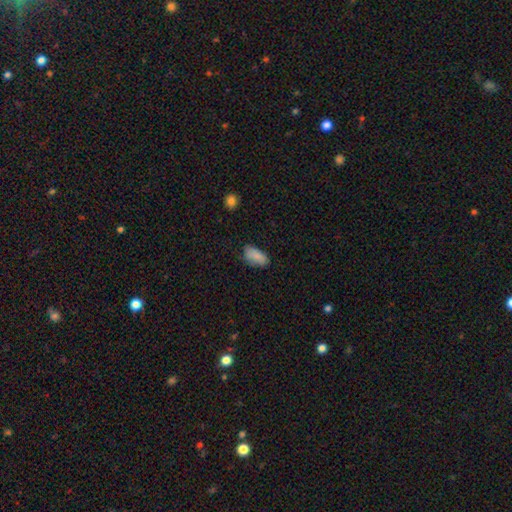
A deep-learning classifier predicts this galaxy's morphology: Smooth or featured? smooth (86%)
How rounded? in between (92%)
Merging? none (70%)